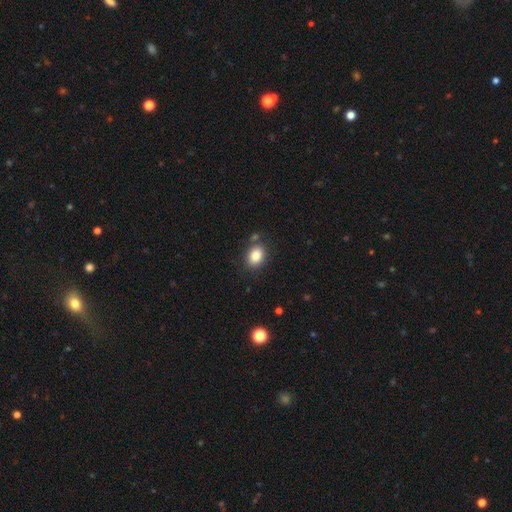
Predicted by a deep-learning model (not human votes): Smooth or featured?
  - smooth: 83% *
  - star or artifact: 10%
  - featured or disk: 7%
How rounded?
  - in between: 64% *
  - round: 35%
  - cigar-shaped: 1%
Merging?
  - none: 78% *
  - minor disturbance: 12%
  - merger: 7%
  - major disturbance: 3%